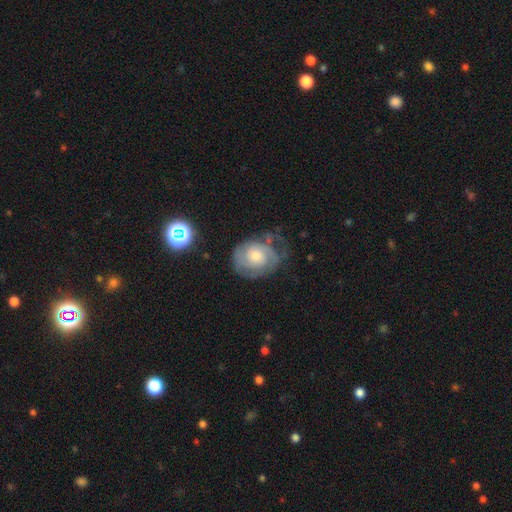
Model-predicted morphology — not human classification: smooth_or_featured: featured or disk (p=0.70) [alt: smooth p=0.22]
disk_edge_on: no (p=0.97) [alt: yes p=0.03]
bar: no (p=0.76) [alt: weak p=0.21]
has_spiral_arms: yes (p=0.85) [alt: no p=0.15]
spiral_winding: tight (p=0.63) [alt: medium p=0.28]
spiral_arm_count: can't tell (p=0.40) [alt: 2 p=0.37]
bulge_size: moderate (p=0.51) [alt: small p=0.35]
merging: none (p=0.55) [alt: minor disturbance p=0.26]